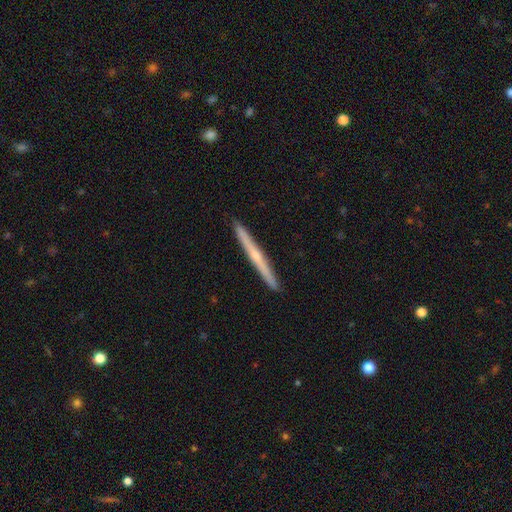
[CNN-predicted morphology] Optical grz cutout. It shows a featured or disk galaxy (60%) viewed edge-on (98%) with a rounded central bulge (48%, tied with none). Merging: none (93%).